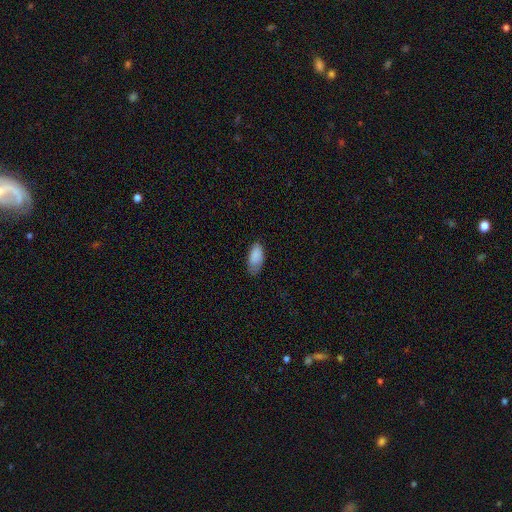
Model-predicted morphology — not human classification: This is clearly a smooth galaxy (87%). How rounded: clearly in between (92%). Merging: likely none (66%).